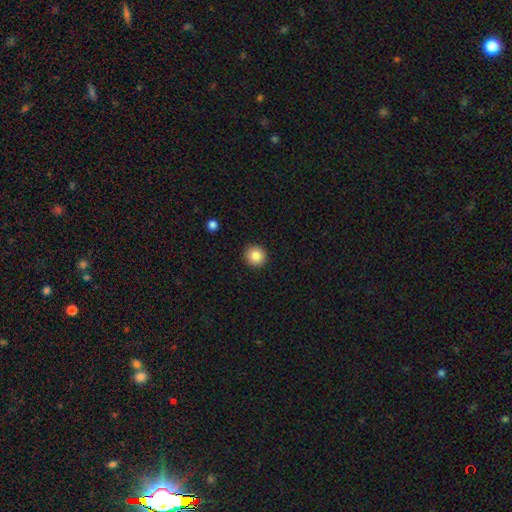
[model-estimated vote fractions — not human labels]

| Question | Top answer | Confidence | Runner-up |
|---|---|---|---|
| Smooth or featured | smooth | 86% | star or artifact (9%) |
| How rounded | round | 93% | in between (6%) |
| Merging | none | 92% | minor disturbance (5%) |